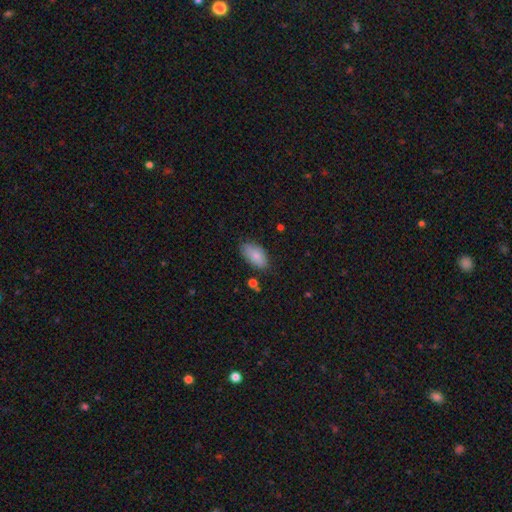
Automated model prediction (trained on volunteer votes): Q: Smooth or featured?
A: smooth (84%); runner-up: featured or disk (9%)
Q: How rounded?
A: in between (93%); runner-up: cigar-shaped (4%)
Q: Merging?
A: none (74%); runner-up: minor disturbance (20%)